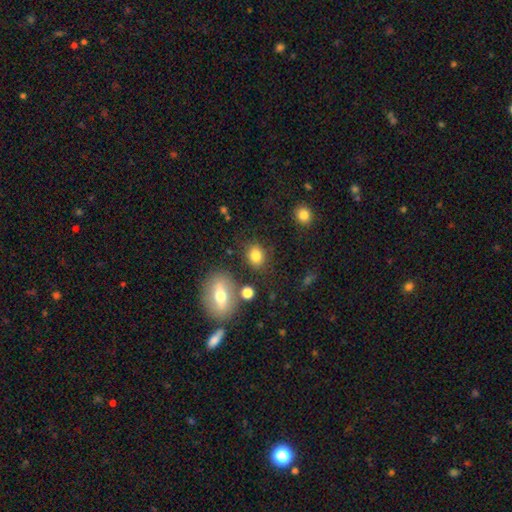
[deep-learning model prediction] Q: Smooth or featured?
A: smooth (80%); runner-up: star or artifact (11%)
Q: How rounded?
A: round (50%); runner-up: in between (48%)
Q: Merging?
A: none (77%); runner-up: minor disturbance (13%)